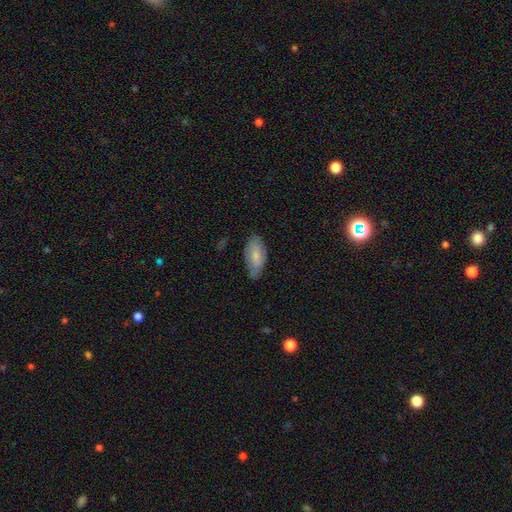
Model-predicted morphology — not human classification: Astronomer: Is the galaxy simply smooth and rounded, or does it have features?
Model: smooth — 74%.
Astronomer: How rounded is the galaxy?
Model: in between — 89%.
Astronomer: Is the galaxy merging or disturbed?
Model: none — 70%.